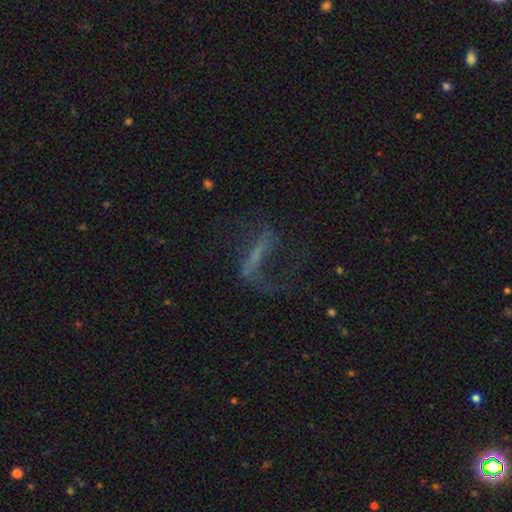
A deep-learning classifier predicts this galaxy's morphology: featured or disk 56%, smooth 25%, star or artifact 19%. Down the decision tree: edge-on disk — no (77%); merging — none (45%).